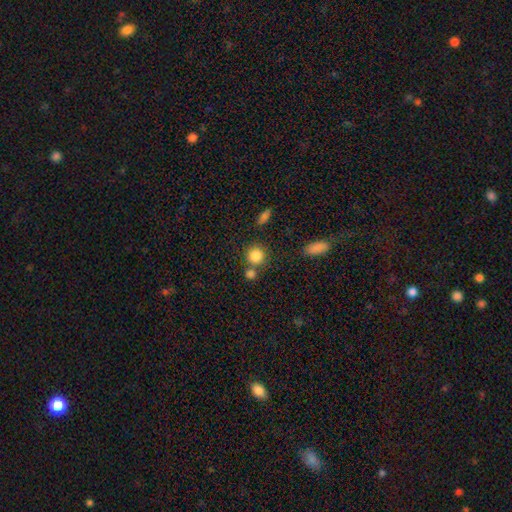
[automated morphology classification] The model was most divided on "merging": none: 64%, merger: 23%, minor disturbance: 9%, major disturbance: 4%. More confident: how rounded — round (87%); smooth or featured — smooth (84%).